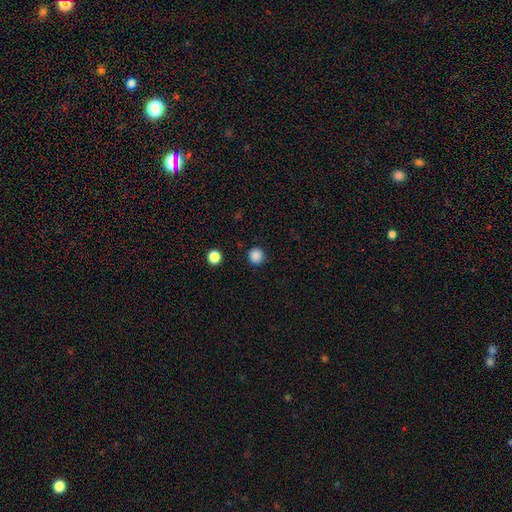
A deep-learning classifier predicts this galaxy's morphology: Q: Smooth or featured?
A: smooth (86%); runner-up: star or artifact (11%)
Q: How rounded?
A: round (93%); runner-up: in between (6%)
Q: Merging?
A: none (90%); runner-up: minor disturbance (7%)